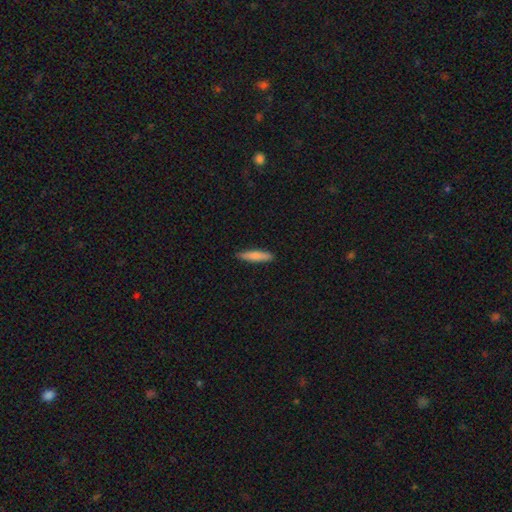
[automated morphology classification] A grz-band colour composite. It shows a smooth galaxy with no disk features (82%) that is cigar-shaped (82%). Merging: none (89%).